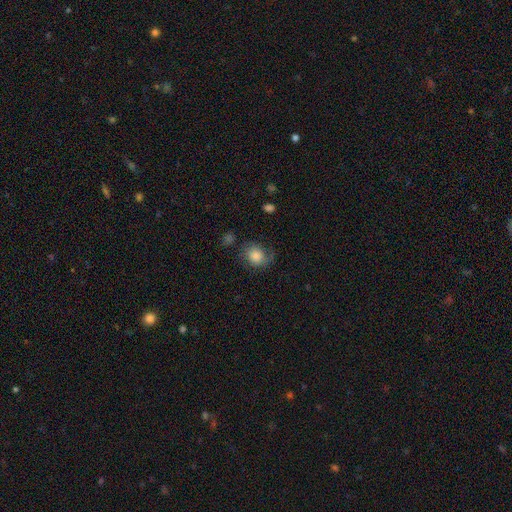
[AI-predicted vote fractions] smooth 69%, featured or disk 22%, star or artifact 9%. Down the decision tree: how rounded — round (68%); merging — none (60%).